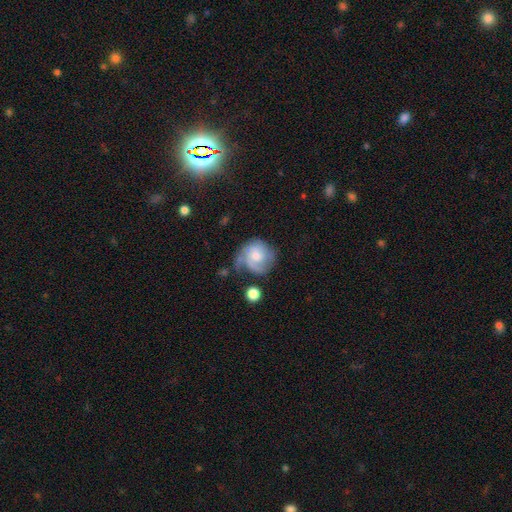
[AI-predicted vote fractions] Morphology: type=featured or disk (59%); edge-on=no (98%); bar=no (74%); spiral arms=yes (85%); bulge=moderate (50%); merging=none (45%).